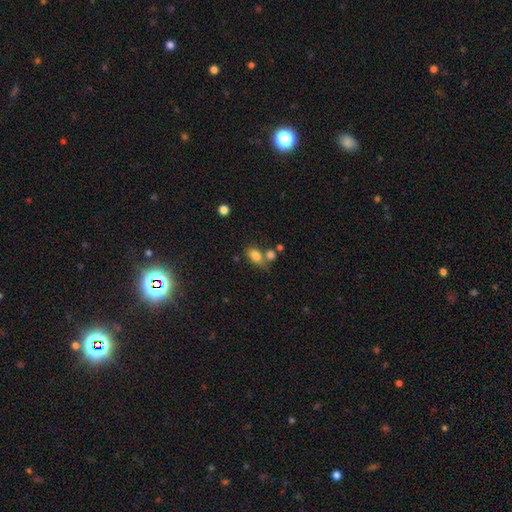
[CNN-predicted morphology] Smooth or featured?
  - smooth: 82% *
  - star or artifact: 10%
  - featured or disk: 8%
How rounded?
  - in between: 85% *
  - round: 12%
  - cigar-shaped: 3%
Merging?
  - none: 51% *
  - merger: 28%
  - minor disturbance: 15%
  - major disturbance: 6%